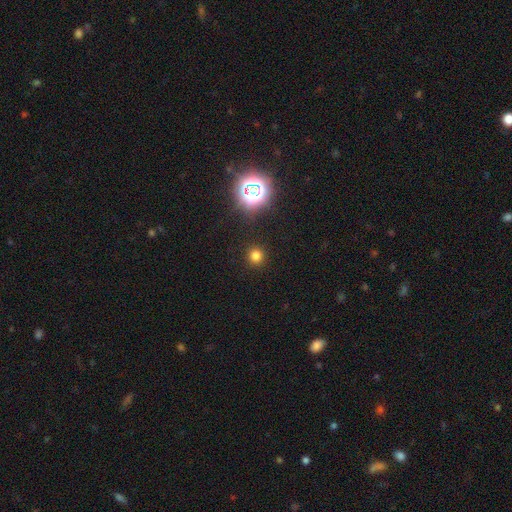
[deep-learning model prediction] Overall: smooth (75%). How rounded: round (94%). Merging: none (91%).